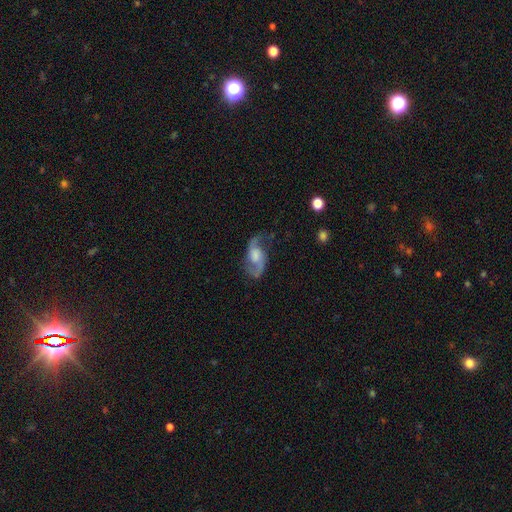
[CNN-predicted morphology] Overall: featured or disk (82%). Edge-on disk: no (96%). Bar: no (51%; weak 41%). Spiral arms: yes (95%). Spiral arm count: 2 (91%). Spiral winding: loose (53%; medium 39%). Bulge size: moderate (36%; large 25%). Merging: none (66%).